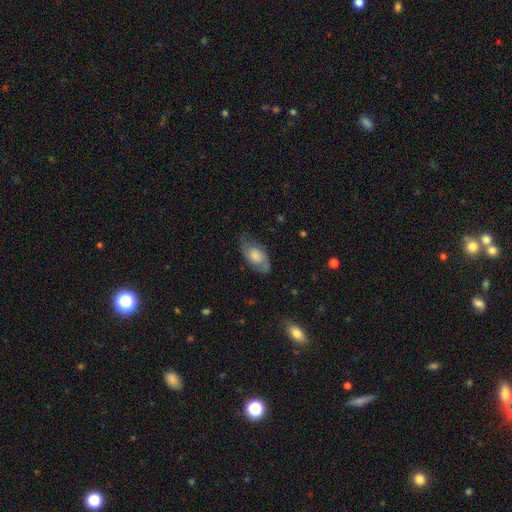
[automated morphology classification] Smooth or featured? Predicted: featured or disk (p=0.59). Edge-on disk? Predicted: no (p=0.94). Bar? Predicted: no (p=0.71). Spiral arms? Predicted: yes (p=0.89). Bulge size? Predicted: moderate (p=0.37). Merging? Predicted: none (p=0.71).